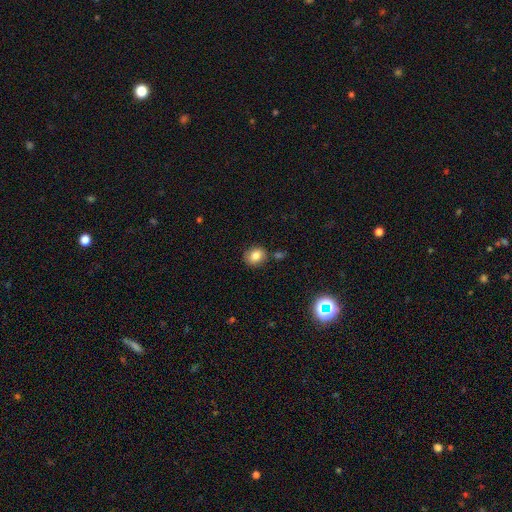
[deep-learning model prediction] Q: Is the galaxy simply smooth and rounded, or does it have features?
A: smooth — 82%.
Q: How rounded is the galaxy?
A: round — 58%.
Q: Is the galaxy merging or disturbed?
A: none — 78%.